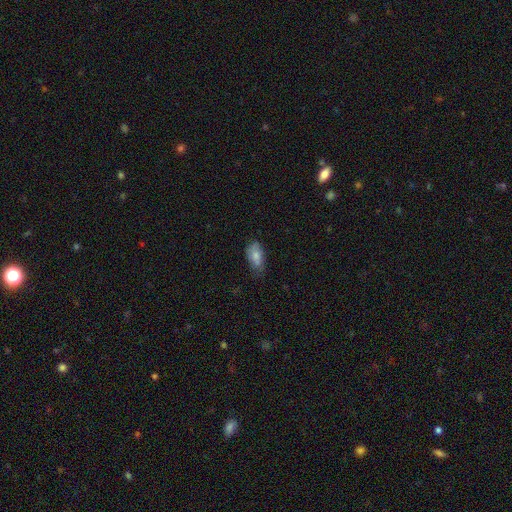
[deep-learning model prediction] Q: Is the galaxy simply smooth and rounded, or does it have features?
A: smooth — 76%.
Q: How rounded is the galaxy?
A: in between — 91%.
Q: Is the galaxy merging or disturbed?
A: none — 54%.